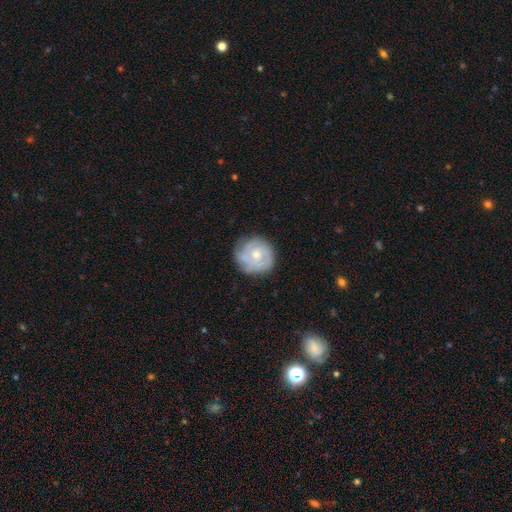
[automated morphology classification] Smooth or featured? Predicted: featured or disk (p=0.58). Edge-on disk? Predicted: no (p=0.98). Bar? Predicted: no (p=0.79). Spiral arms? Predicted: yes (p=0.72). Bulge size? Predicted: moderate (p=0.57). Merging? Predicted: none (p=0.72).